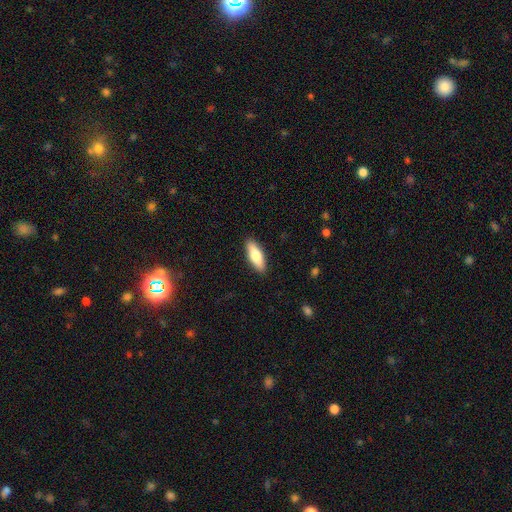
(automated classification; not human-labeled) smooth_or_featured: smooth (p=0.74) [alt: featured or disk p=0.21]
how_rounded: in between (p=0.59) [alt: cigar-shaped p=0.39]
merging: none (p=0.90) [alt: minor disturbance p=0.08]